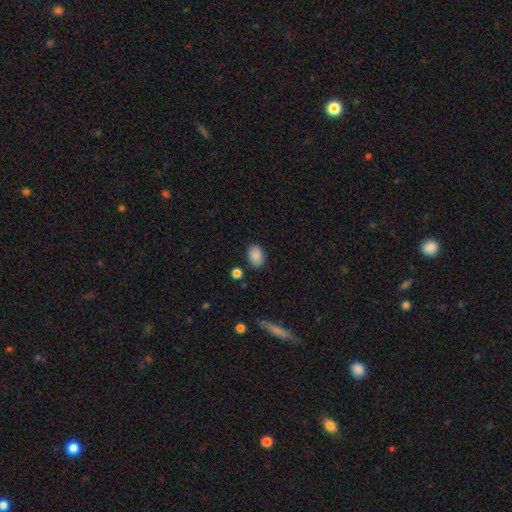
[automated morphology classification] Smooth or featured? Predicted: smooth (p=0.87). How rounded? Predicted: in between (p=0.80). Merging? Predicted: none (p=0.83).